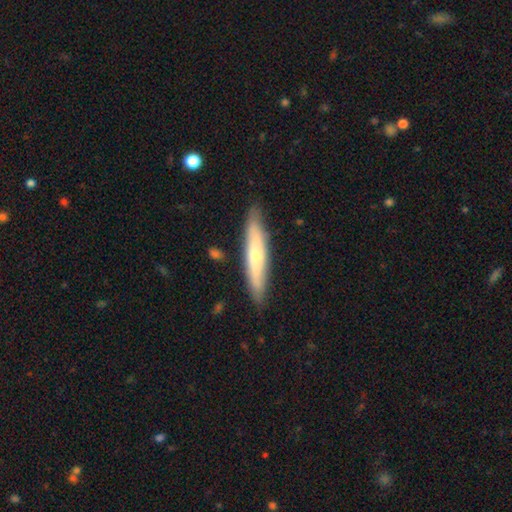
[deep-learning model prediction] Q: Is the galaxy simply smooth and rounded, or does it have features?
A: featured or disk — 50%.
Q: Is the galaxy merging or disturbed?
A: none — 86%.